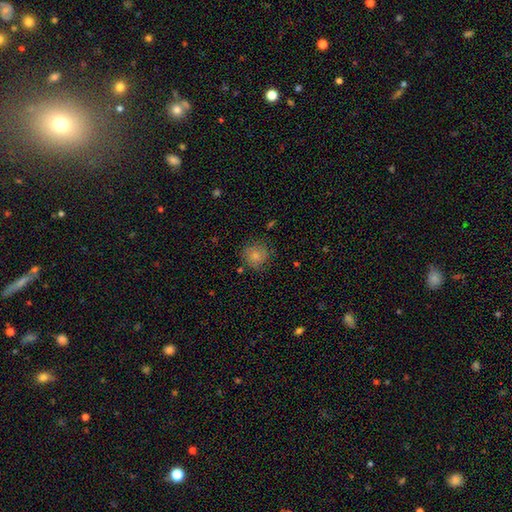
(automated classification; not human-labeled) Smooth or featured? smooth (79%)
How rounded? round (89%)
Merging? none (76%)